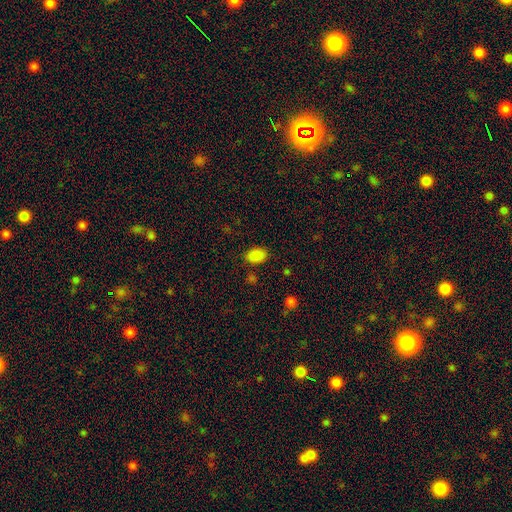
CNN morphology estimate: Smooth or featured? smooth (86%)
How rounded? in between (84%)
Merging? none (81%)